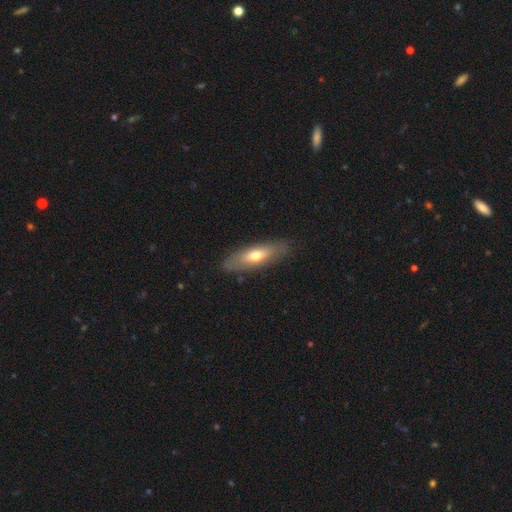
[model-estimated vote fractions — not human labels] Q: Smooth or featured?
A: smooth (57%); runner-up: featured or disk (37%)
Q: How rounded?
A: in between (57%); runner-up: cigar-shaped (40%)
Q: Merging?
A: none (83%); runner-up: minor disturbance (12%)